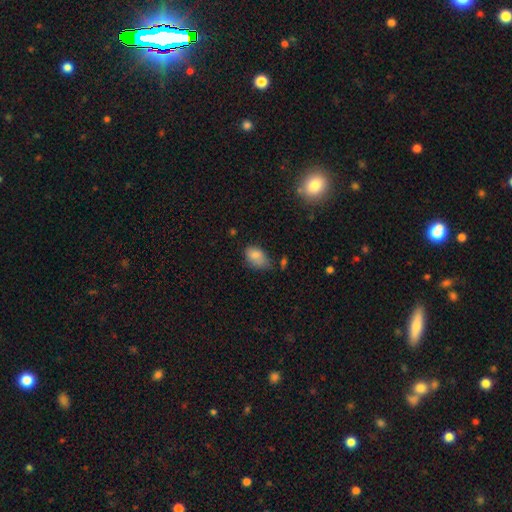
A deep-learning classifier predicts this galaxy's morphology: This is clearly a smooth galaxy (82%). How rounded: clearly in between (87%). Merging: possibly none (45%).